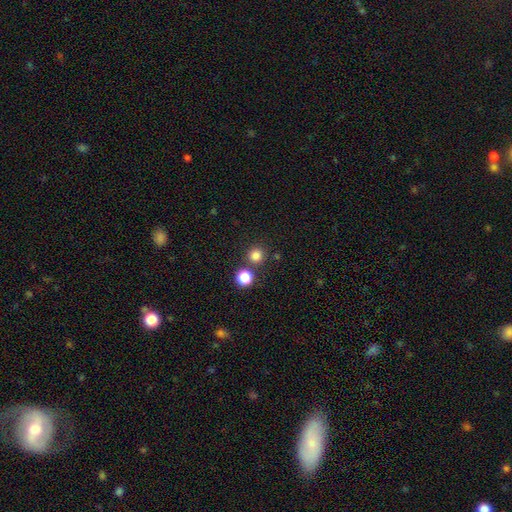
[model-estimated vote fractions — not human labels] Q: Smooth or featured?
A: smooth (81%); runner-up: star or artifact (15%)
Q: How rounded?
A: round (94%); runner-up: in between (5%)
Q: Merging?
A: none (78%); runner-up: merger (13%)